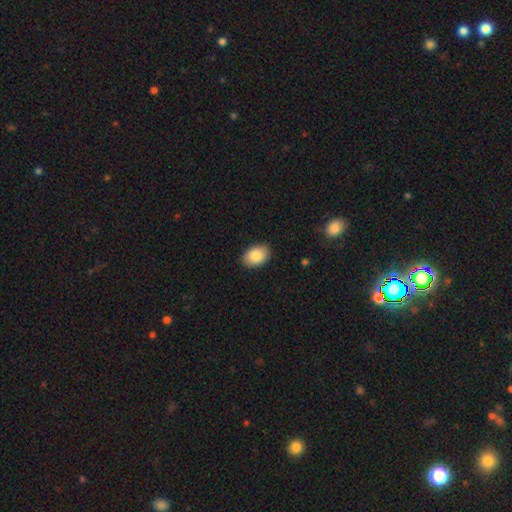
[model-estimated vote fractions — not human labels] Overall: smooth (86%). How rounded: in between (84%). Merging: none (89%).